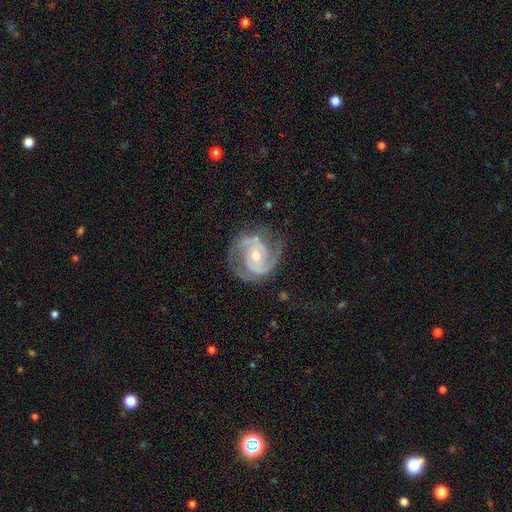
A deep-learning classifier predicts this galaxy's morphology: This is clearly a featured or disk galaxy (89%). It is clearly not viewed edge-on (98%). Bar: possibly no (57%). Spiral arm pattern: clearly yes (97%). Spiral arm count: likely 2 (78%). Spiral winding: possibly medium (46%). Central bulge: possibly moderate (55%). Merging: likely none (70%).